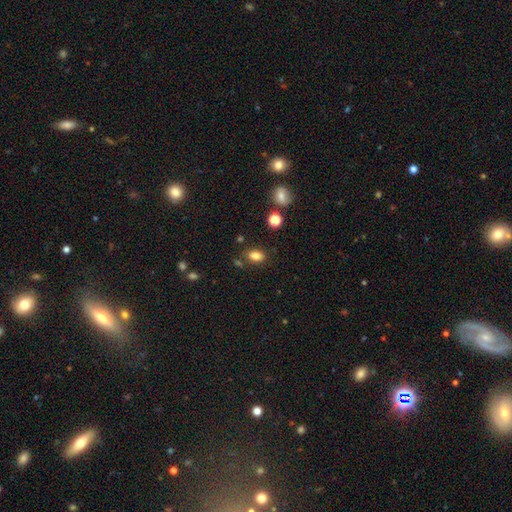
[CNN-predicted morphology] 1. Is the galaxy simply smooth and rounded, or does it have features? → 82% smooth, 12% star or artifact, 6% featured or disk.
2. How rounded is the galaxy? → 81% in between, 17% round, 2% cigar-shaped.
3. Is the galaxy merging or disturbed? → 78% none, 12% minor disturbance, 6% merger, 3% major disturbance.